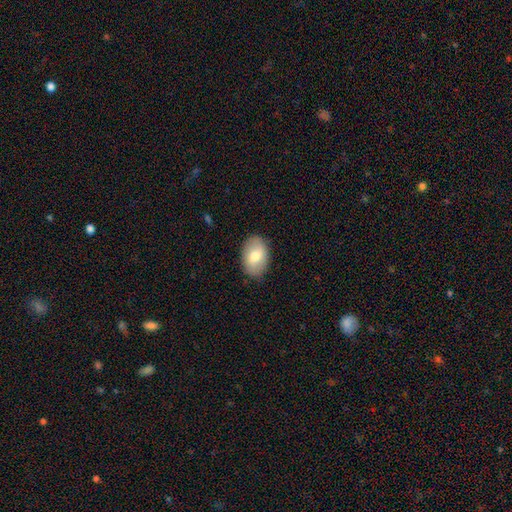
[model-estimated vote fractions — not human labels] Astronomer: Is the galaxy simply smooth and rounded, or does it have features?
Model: smooth — 74%.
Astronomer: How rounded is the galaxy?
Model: in between — 86%.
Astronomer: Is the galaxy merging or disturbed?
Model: none — 87%.